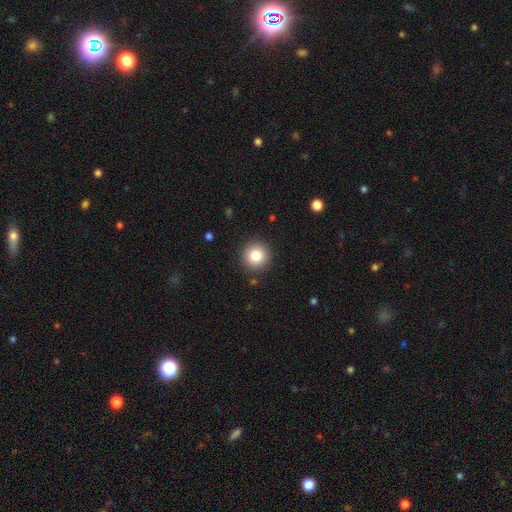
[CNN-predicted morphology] A smooth galaxy with no disk features (83%) that is round (95%).

Vote fractions:
- Smooth or featured? smooth: 83% / star or artifact: 10% / featured or disk: 7%
- How rounded? round: 95% / in between: 4% / cigar-shaped: 1%
- Merging? none: 91% / minor disturbance: 6% / major disturbance: 2% / merger: 1%